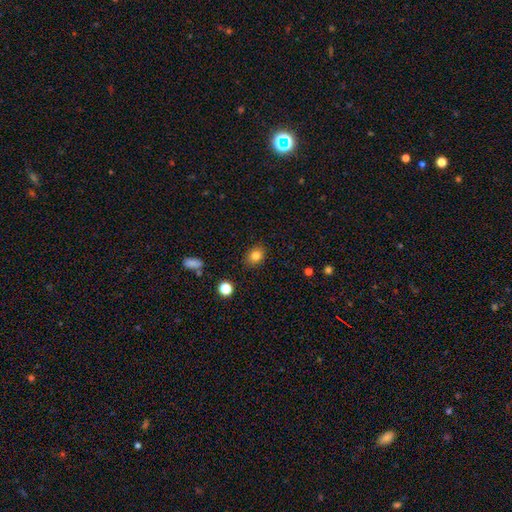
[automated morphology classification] smooth_or_featured: smooth (p=0.82) [alt: star or artifact p=0.12]
how_rounded: round (p=0.55) [alt: in between p=0.44]
merging: none (p=0.86) [alt: minor disturbance p=0.10]